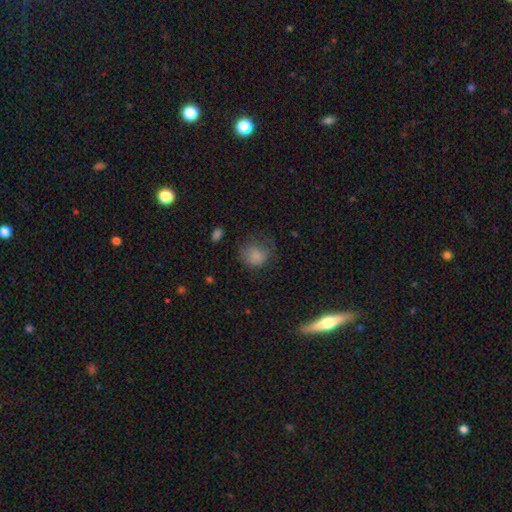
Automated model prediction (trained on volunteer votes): Overall: smooth (81%). How rounded: round (75%). Merging: none (50%; minor disturbance 27%).